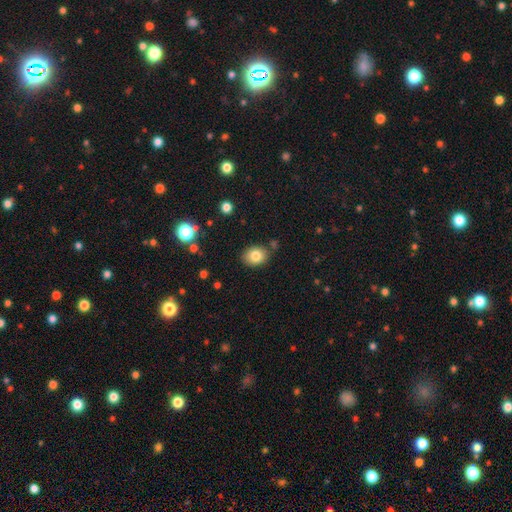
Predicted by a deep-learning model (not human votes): This is clearly a smooth galaxy (82%). How rounded: possibly in between (57%). Merging: clearly none (82%).